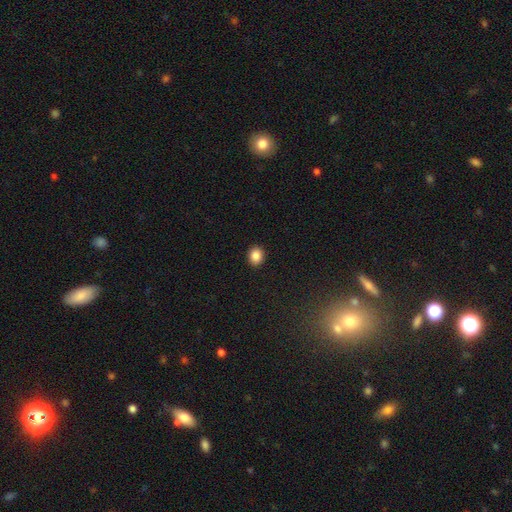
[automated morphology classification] Smooth or featured? smooth (87%)
How rounded? round (62%)
Merging? none (92%)